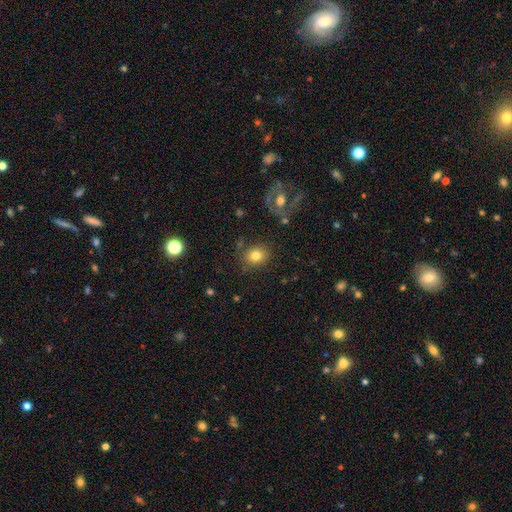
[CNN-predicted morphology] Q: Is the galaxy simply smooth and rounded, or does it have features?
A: smooth — 79%.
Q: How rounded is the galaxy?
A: round — 67%.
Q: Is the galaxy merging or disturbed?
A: none — 78%.